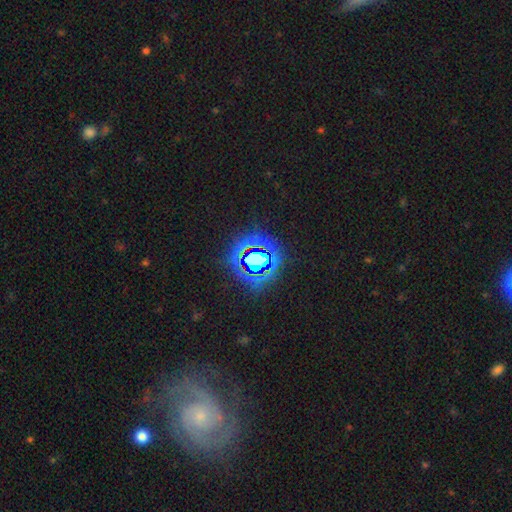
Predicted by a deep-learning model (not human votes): star or artifact 78%, smooth 13%, featured or disk 9%.